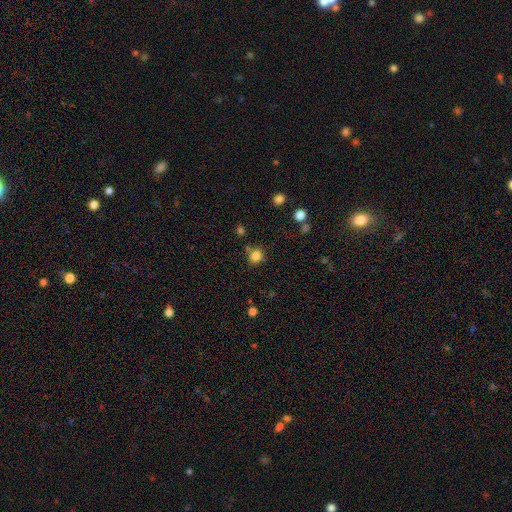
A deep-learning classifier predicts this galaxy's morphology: A smooth galaxy with no disk features (82%) that is round (84%). Merging: none (78%).